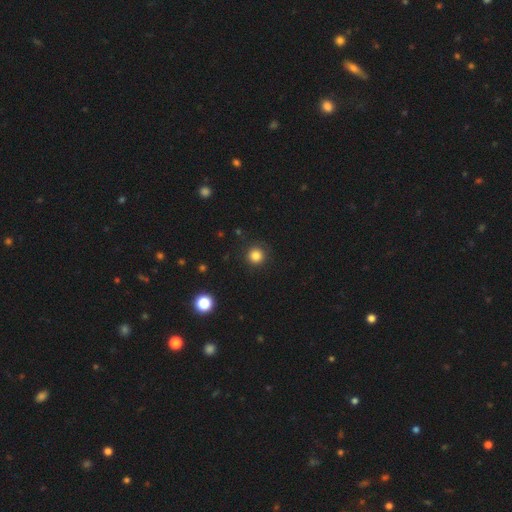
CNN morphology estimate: This appears to be a smooth galaxy with no disk features (83%) that is round (95%). Merging: none (90%).